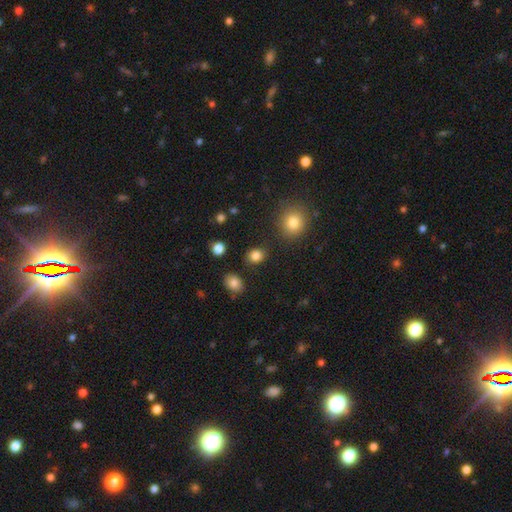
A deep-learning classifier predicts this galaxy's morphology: This is clearly a smooth galaxy (84%). How rounded: likely round (64%). Merging: clearly none (85%).